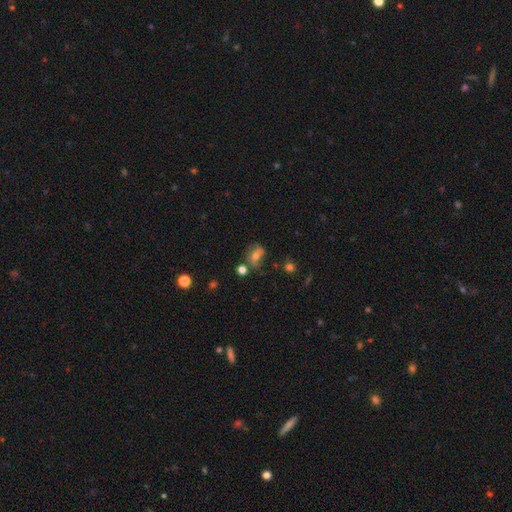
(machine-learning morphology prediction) Smooth or featured? smooth (52%)
How rounded? in between (66%)
Merging? none (50%)